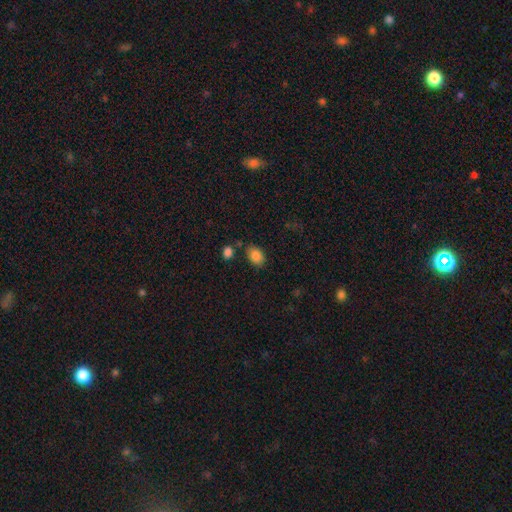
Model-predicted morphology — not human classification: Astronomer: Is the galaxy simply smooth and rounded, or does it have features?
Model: smooth — 86%.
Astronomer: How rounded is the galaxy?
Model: in between — 78%.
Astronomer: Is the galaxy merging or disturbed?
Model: none — 74%.